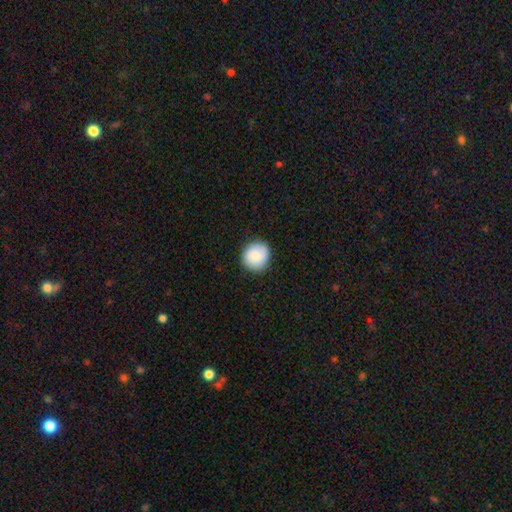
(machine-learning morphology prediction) Smooth or featured: smooth — 83% (featured or disk — 11%)
How rounded: round — 89% (in between — 10%)
Merging: none — 87% (minor disturbance — 10%)